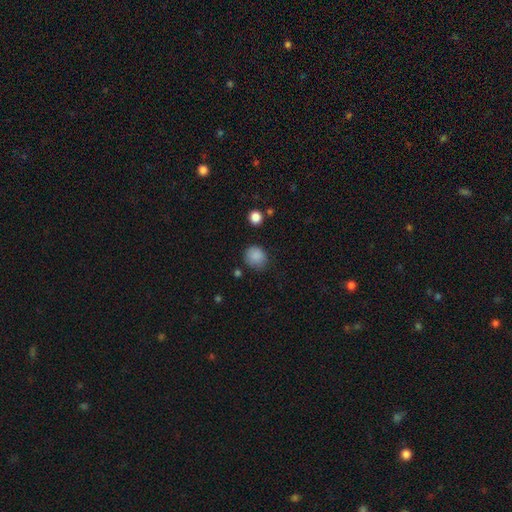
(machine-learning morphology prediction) smooth 86%, star or artifact 10%, featured or disk 4%. Down the decision tree: how rounded — round (78%); merging — none (73%).